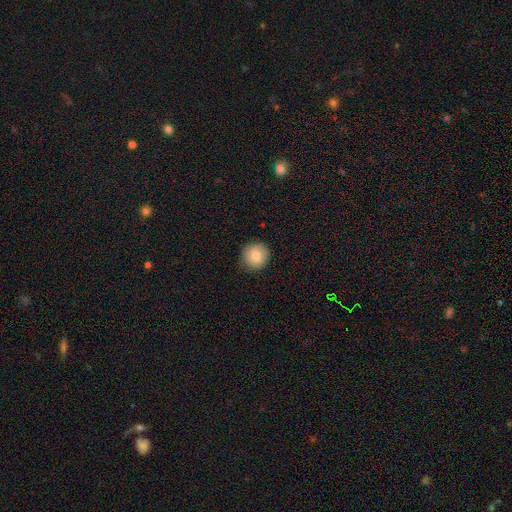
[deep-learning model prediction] This appears to be a smooth galaxy with no disk features (78%) that is round (94%). Merging: none (88%).